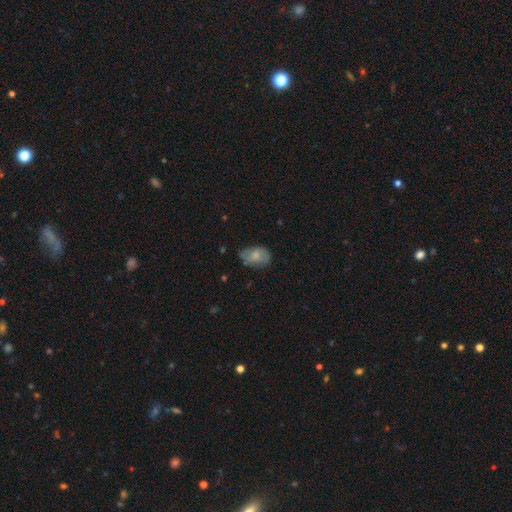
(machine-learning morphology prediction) This is likely a smooth galaxy (64%). How rounded: clearly in between (86%). Merging: likely none (60%).